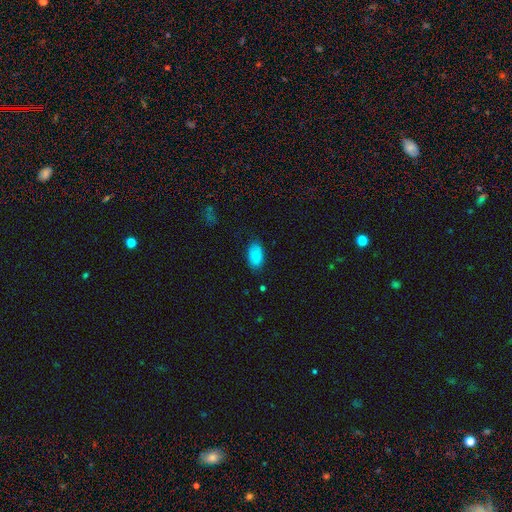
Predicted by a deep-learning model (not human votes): A smooth galaxy with no disk features (87%) that is in between round and cigar-shaped (94%).

Vote fractions:
- Smooth or featured? smooth: 87% / star or artifact: 7% / featured or disk: 6%
- How rounded? in between: 94% / round: 4% / cigar-shaped: 2%
- Merging? none: 81% / minor disturbance: 14% / major disturbance: 3% / merger: 1%